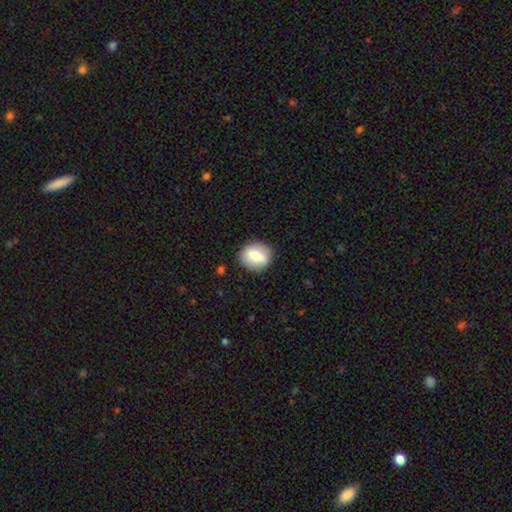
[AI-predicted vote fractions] Morphology: type=smooth (73%); roundness=round (66%); merging=none (86%).